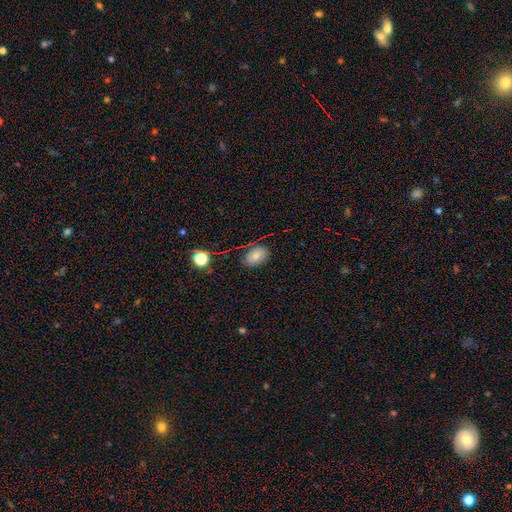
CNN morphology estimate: A smooth galaxy with no disk features (76%) that is in between round and cigar-shaped (86%).

Vote fractions:
- Smooth or featured? smooth: 76% / featured or disk: 12% / star or artifact: 11%
- How rounded? in between: 86% / round: 12% / cigar-shaped: 1%
- Merging? none: 77% / minor disturbance: 17% / major disturbance: 5% / merger: 2%